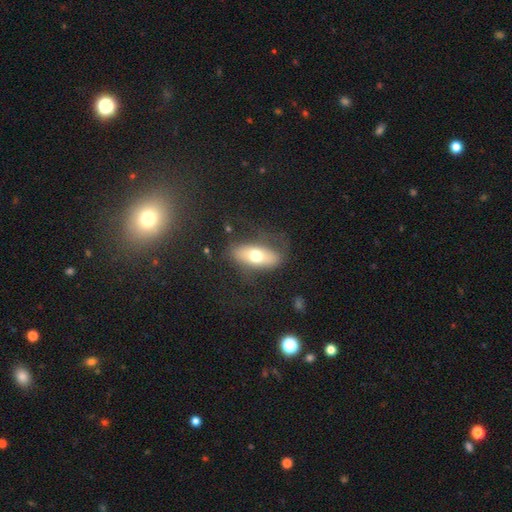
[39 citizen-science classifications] Smooth or featured? smooth (49%)
How rounded? in between (58%)
Merging? none (47%)